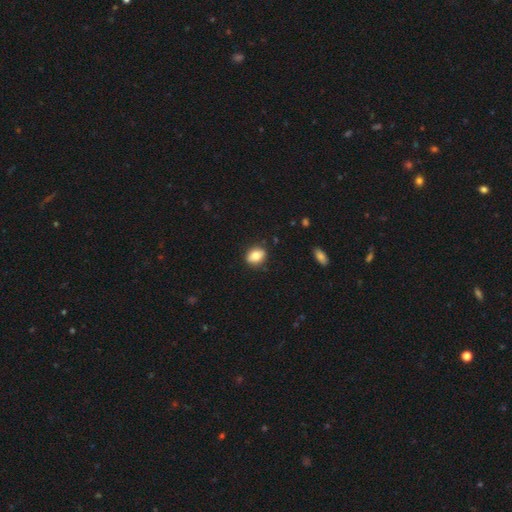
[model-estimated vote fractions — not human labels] smooth-or-featured: smooth: 82% | featured or disk: 10% | star or artifact: 8%
  how-rounded: in between: 60% | round: 39% | cigar-shaped: 2%
  merging: none: 86% | minor disturbance: 11% | major disturbance: 2% | merger: 1%